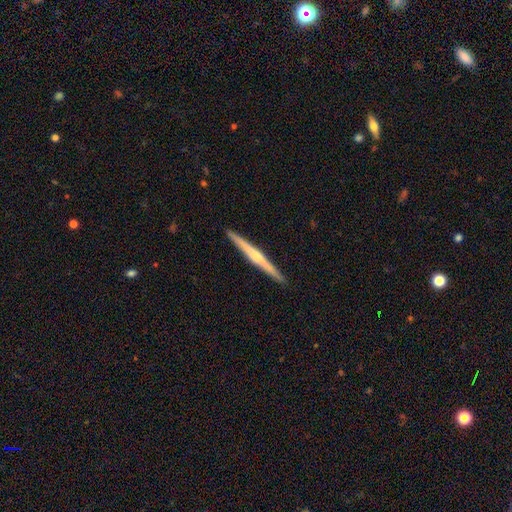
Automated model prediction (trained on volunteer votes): This is likely a featured or disk galaxy (64%). It is clearly viewed edge-on (98%). Edge-on bulge: possibly rounded (54%). Merging: clearly none (92%).